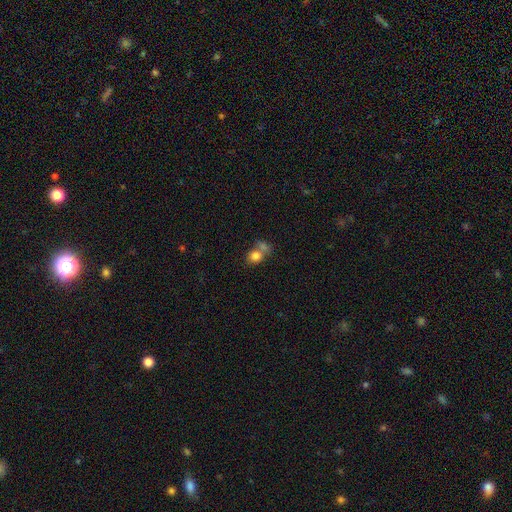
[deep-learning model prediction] Smooth or featured? smooth (81%)
How rounded? round (63%)
Merging? merger (44%)